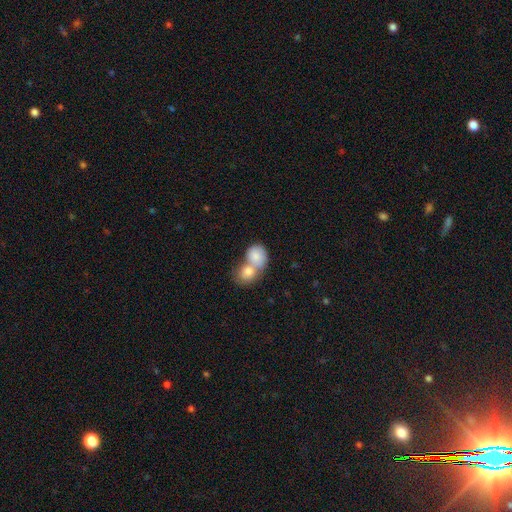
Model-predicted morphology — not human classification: Overall: smooth (81%). How rounded: round (62%; in between 37%). Merging: merger (74%).